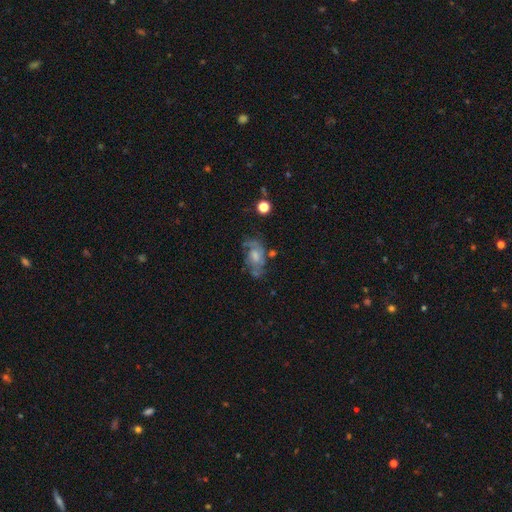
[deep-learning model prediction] The model was most divided on "bulge size": moderate: 42%, small: 32%, none: 15%, large: 10%, dominant: 2%. Remaining: edge-on disk — no (95%); spiral arms — yes (69%); bar — no (65%); smooth or featured — featured or disk (60%); merging — none (47%).